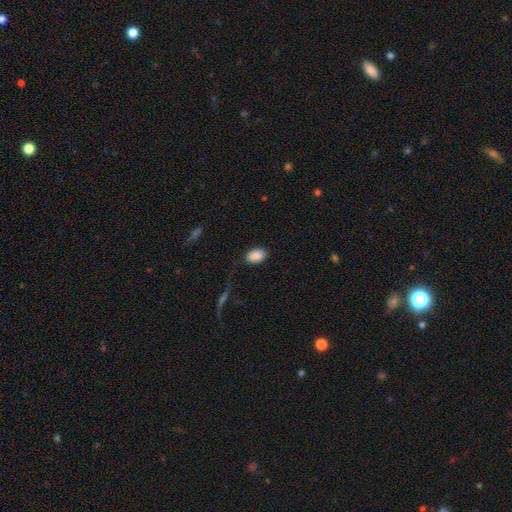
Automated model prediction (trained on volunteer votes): Smooth or featured: smooth — 89% (star or artifact — 7%)
How rounded: in between — 89% (round — 10%)
Merging: none — 82% (minor disturbance — 12%)